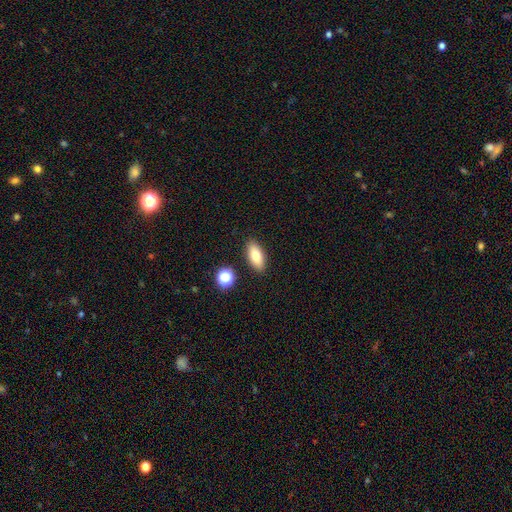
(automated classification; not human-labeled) This is likely a smooth galaxy (77%). How rounded: clearly in between (82%). Merging: clearly none (87%).